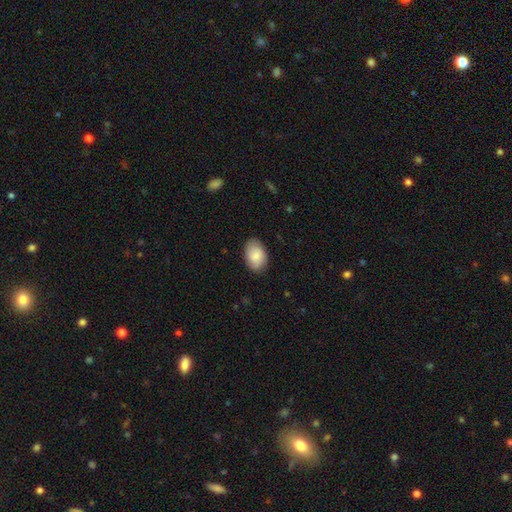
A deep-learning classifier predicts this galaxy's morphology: This is clearly a smooth galaxy (80%). How rounded: clearly in between (89%). Merging: clearly none (83%).